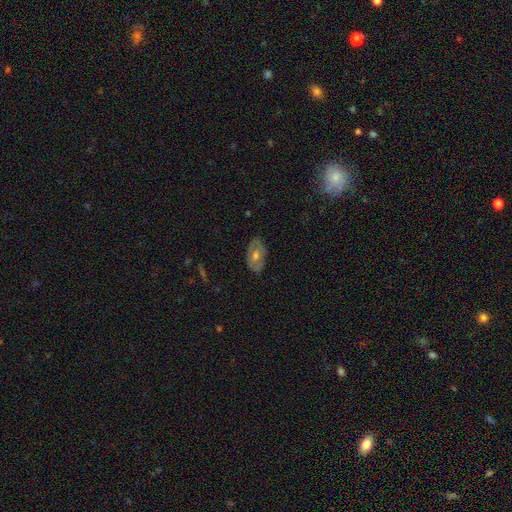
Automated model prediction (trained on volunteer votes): Smooth or featured?
  - featured or disk: 51% *
  - smooth: 40%
  - star or artifact: 9%
Edge-on disk?
  - no: 90% *
  - yes: 10%
Merging?
  - none: 79% *
  - minor disturbance: 16%
  - major disturbance: 4%
  - merger: 1%